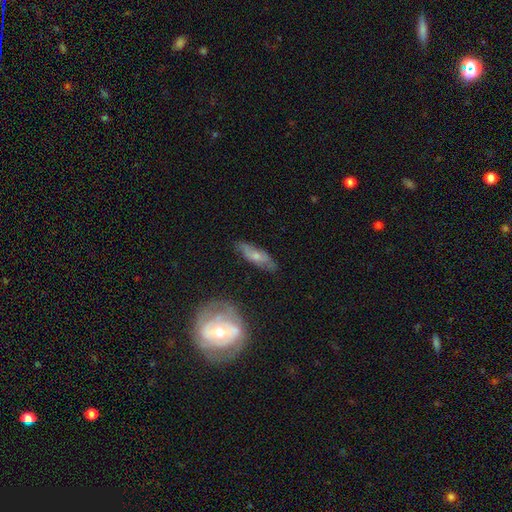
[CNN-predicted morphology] Overall: featured or disk (50%; smooth 43%). Merging: none (74%).